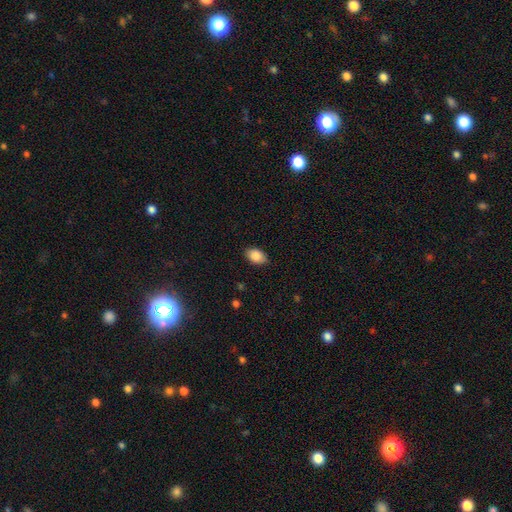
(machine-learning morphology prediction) smooth-or-featured: smooth: 86% | star or artifact: 7% | featured or disk: 6%
  how-rounded: in between: 87% | round: 12% | cigar-shaped: 1%
  merging: none: 84% | minor disturbance: 12% | major disturbance: 2% | merger: 1%